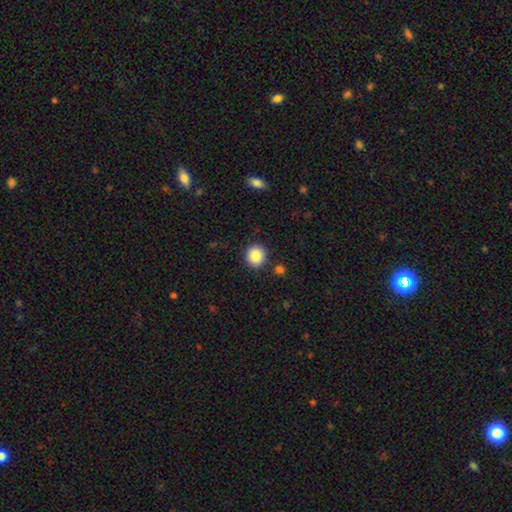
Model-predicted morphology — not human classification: The model was most divided on "how rounded": round: 86%, in between: 13%, cigar-shaped: 1%. More confident: merging — none (88%); smooth or featured — smooth (88%).